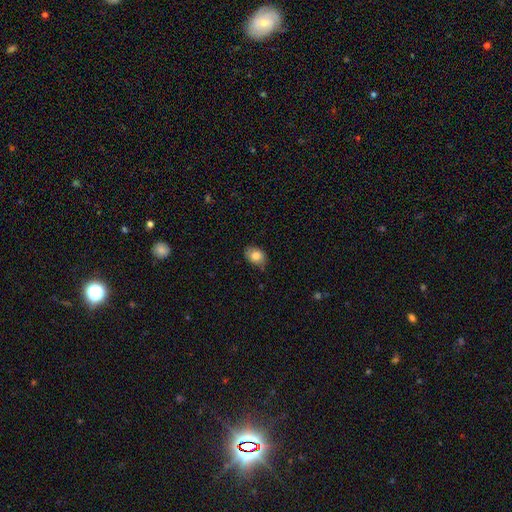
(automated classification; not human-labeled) smooth 81%, featured or disk 11%, star or artifact 8%. Down the decision tree: how rounded — in between (74%); merging — none (76%).